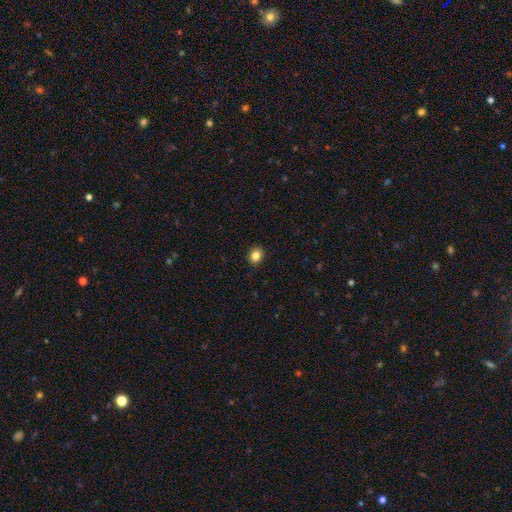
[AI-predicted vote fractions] Smooth or featured? Predicted: smooth (p=0.84). How rounded? Predicted: round (p=0.65). Merging? Predicted: none (p=0.91).